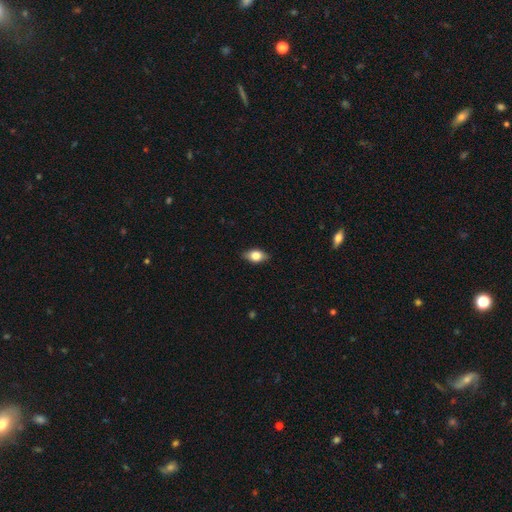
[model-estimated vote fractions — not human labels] A smooth galaxy with no disk features (76%) that is in between round and cigar-shaped (83%).

Vote fractions:
- Smooth or featured? smooth: 76% / featured or disk: 16% / star or artifact: 8%
- How rounded? in between: 83% / round: 13% / cigar-shaped: 4%
- Merging? none: 85% / minor disturbance: 12% / major disturbance: 2% / merger: 1%